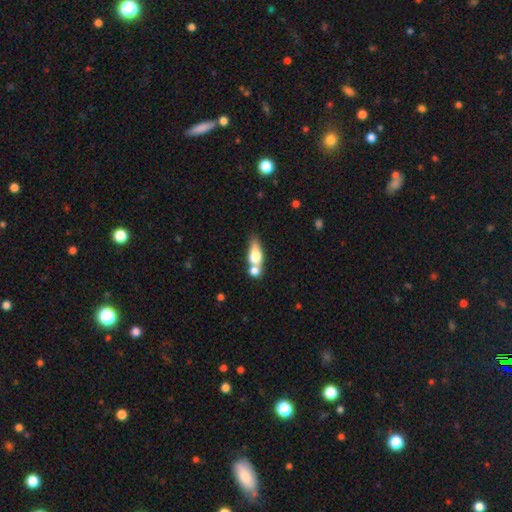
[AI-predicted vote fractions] Q: Smooth or featured?
A: smooth (62%); runner-up: featured or disk (29%)
Q: How rounded?
A: in between (61%); runner-up: cigar-shaped (27%)
Q: Merging?
A: merger (47%); runner-up: none (34%)